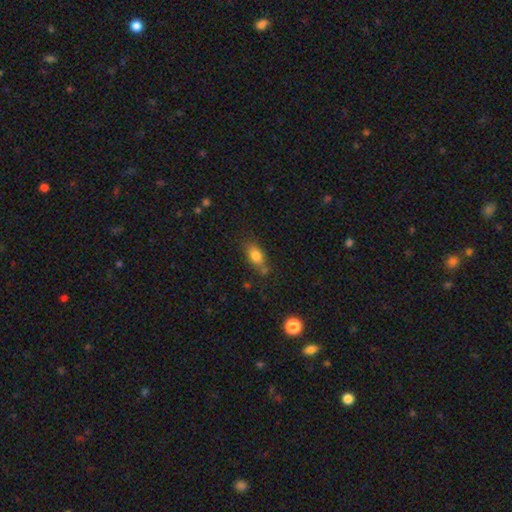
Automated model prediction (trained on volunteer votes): A smooth galaxy with no disk features (78%) that is in between round and cigar-shaped (80%).

Vote fractions:
- Smooth or featured? smooth: 78% / featured or disk: 12% / star or artifact: 9%
- How rounded? in between: 80% / round: 10% / cigar-shaped: 10%
- Merging? none: 61% / minor disturbance: 22% / merger: 10% / major disturbance: 6%